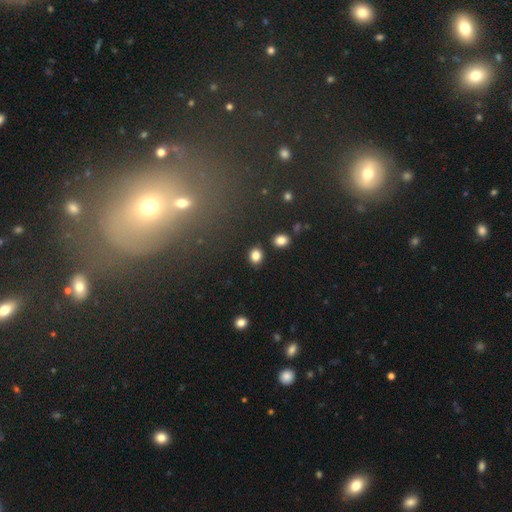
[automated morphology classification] The model was most divided on "how rounded": round: 53%, in between: 46%, cigar-shaped: 1%. More confident: merging — none (84%); smooth or featured — smooth (83%).